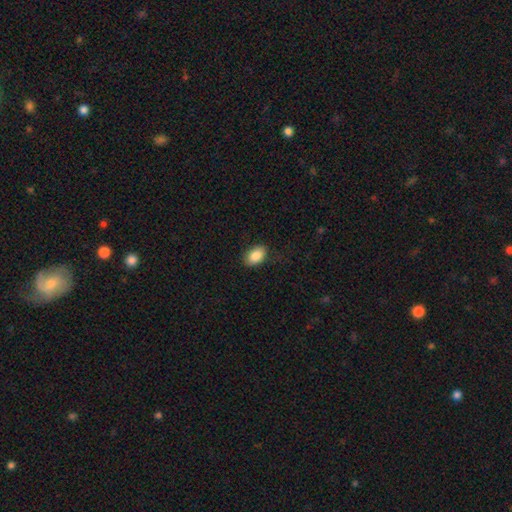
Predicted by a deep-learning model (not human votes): smooth-or-featured: smooth: 86% | star or artifact: 7% | featured or disk: 6%
  how-rounded: in between: 90% | round: 9% | cigar-shaped: 1%
  merging: none: 85% | minor disturbance: 11% | major disturbance: 3% | merger: 1%